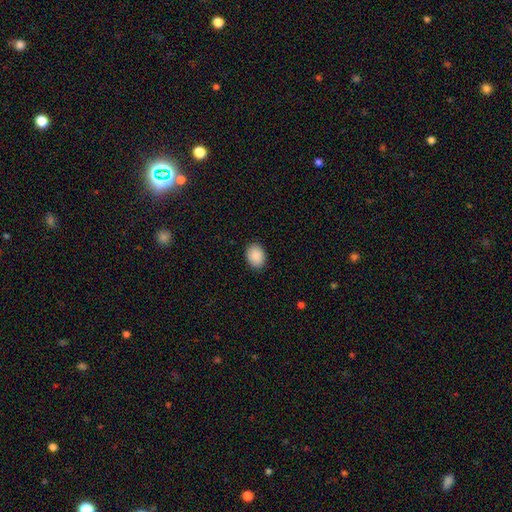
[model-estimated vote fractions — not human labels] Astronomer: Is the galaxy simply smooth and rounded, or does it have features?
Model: smooth — 90%.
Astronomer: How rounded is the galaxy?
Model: in between — 63%.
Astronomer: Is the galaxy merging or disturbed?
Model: none — 88%.